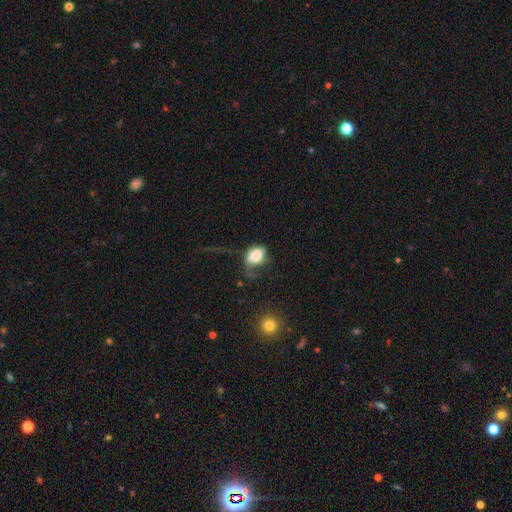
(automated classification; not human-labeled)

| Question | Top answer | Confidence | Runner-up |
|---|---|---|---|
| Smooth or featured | smooth | 72% | featured or disk (18%) |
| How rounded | in between | 79% | round (20%) |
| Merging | major disturbance | 44% | minor disturbance (24%) |